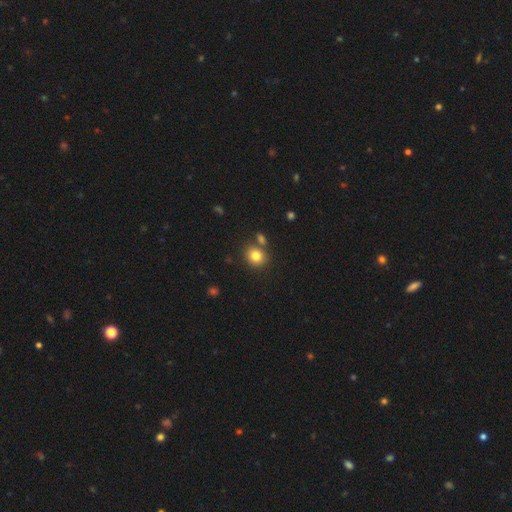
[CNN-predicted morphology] A smooth galaxy with no disk features (81%) that is round (74%). Merging: none (73%).